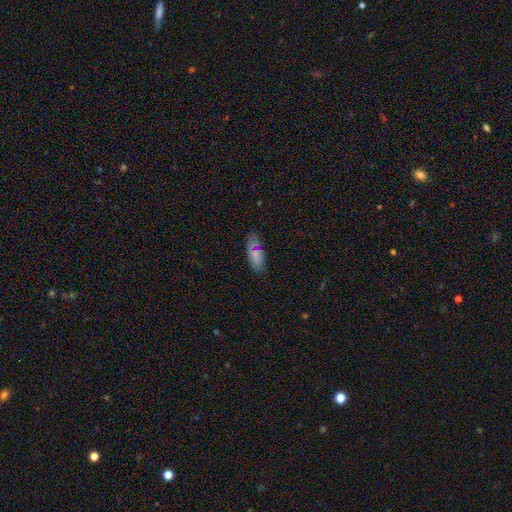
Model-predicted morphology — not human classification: Smooth or featured?
  - smooth: 73% *
  - featured or disk: 17%
  - star or artifact: 10%
How rounded?
  - in between: 82% *
  - cigar-shaped: 16%
  - round: 3%
Merging?
  - none: 75% *
  - minor disturbance: 19%
  - major disturbance: 4%
  - merger: 2%